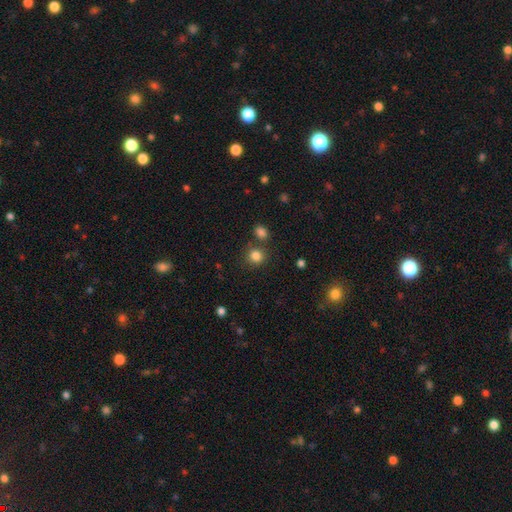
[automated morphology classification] Smooth or featured? Predicted: smooth (p=0.83). How rounded? Predicted: round (p=0.84). Merging? Predicted: none (p=0.74).